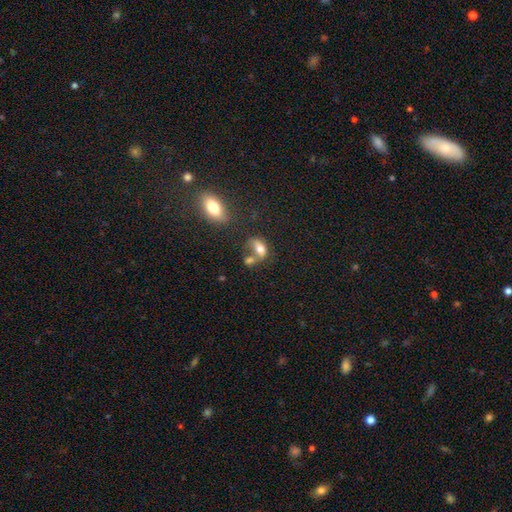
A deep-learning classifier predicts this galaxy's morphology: Q: Smooth or featured?
A: smooth (63%); runner-up: featured or disk (21%)
Q: How rounded?
A: in between (71%); runner-up: round (24%)
Q: Merging?
A: merger (41%); runner-up: none (37%)